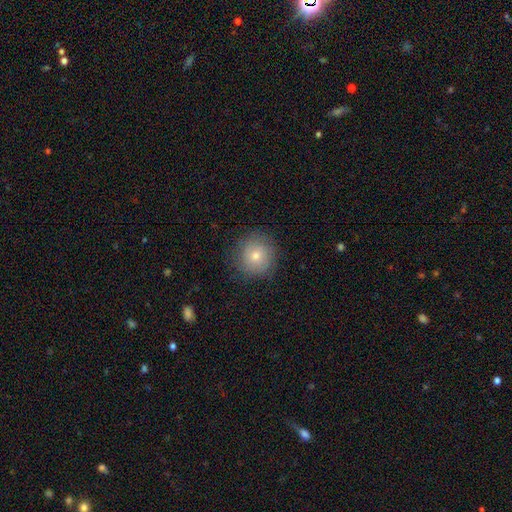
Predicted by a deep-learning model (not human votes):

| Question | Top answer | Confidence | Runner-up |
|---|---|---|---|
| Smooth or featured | smooth | 73% | featured or disk (17%) |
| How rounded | round | 92% | in between (7%) |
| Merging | none | 82% | minor disturbance (13%) |